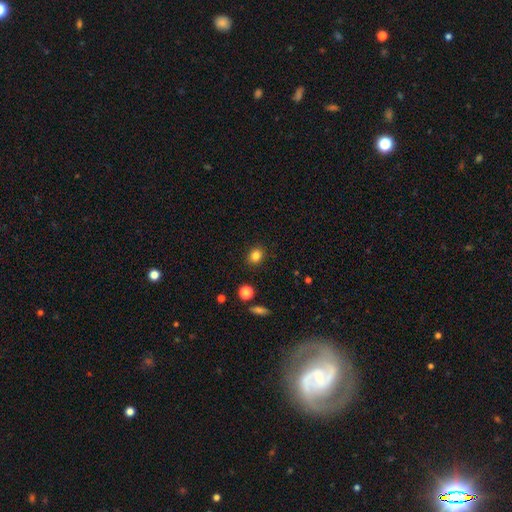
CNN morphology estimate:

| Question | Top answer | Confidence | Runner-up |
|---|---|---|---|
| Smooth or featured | smooth | 83% | star or artifact (12%) |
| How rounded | round | 64% | in between (35%) |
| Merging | none | 89% | minor disturbance (7%) |